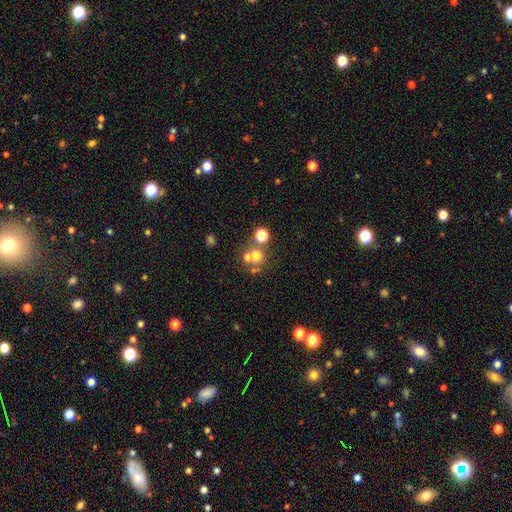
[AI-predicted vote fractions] Morphology: type=smooth (61%); roundness=round (88%); merging=none (51%).